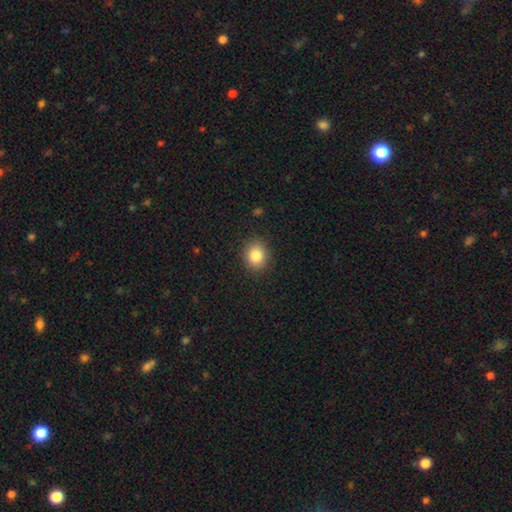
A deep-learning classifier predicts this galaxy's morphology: Q: Smooth or featured?
A: smooth (84%); runner-up: star or artifact (10%)
Q: How rounded?
A: round (73%); runner-up: in between (26%)
Q: Merging?
A: none (89%); runner-up: minor disturbance (8%)